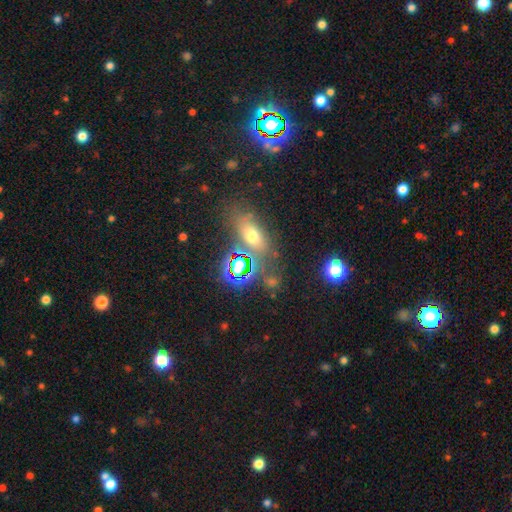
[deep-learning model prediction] smooth-or-featured: smooth: 47% | star or artifact: 33% | featured or disk: 20%
  merging: none: 54% | merger: 28% | minor disturbance: 11% | major disturbance: 7%